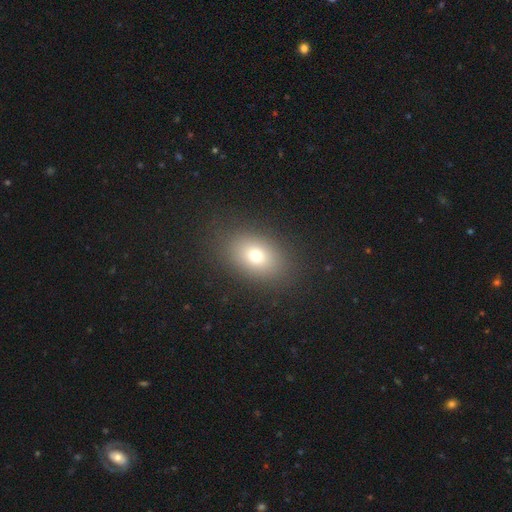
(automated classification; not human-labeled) Smooth or featured: smooth — 73% (star or artifact — 14%)
How rounded: in between — 76% (round — 23%)
Merging: none — 87% (minor disturbance — 8%)